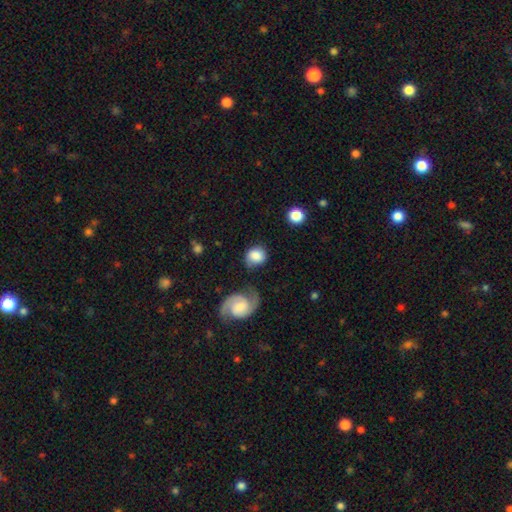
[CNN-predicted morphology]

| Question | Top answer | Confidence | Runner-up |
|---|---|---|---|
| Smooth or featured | smooth | 73% | featured or disk (20%) |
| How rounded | round | 75% | in between (24%) |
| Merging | none | 61% | minor disturbance (19%) |